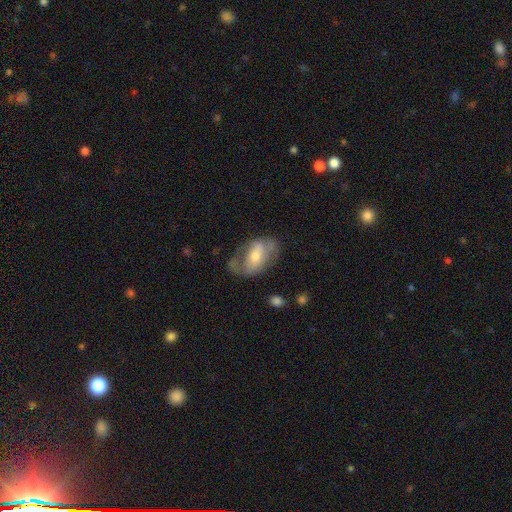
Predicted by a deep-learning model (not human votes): A featured or disk galaxy (55%) with no bar (38%), no spiral arms (52%) and a moderate central bulge (54%). Merging: none (51%).